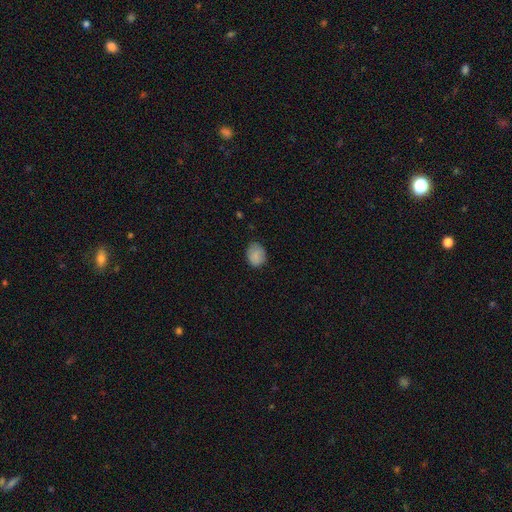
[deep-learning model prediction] A smooth galaxy with no disk features (85%) that is in between round and cigar-shaped (55%).

Vote fractions:
- Smooth or featured? smooth: 85% / star or artifact: 8% / featured or disk: 7%
- How rounded? in between: 55% / round: 44% / cigar-shaped: 1%
- Merging? none: 74% / minor disturbance: 21% / major disturbance: 4% / merger: 1%